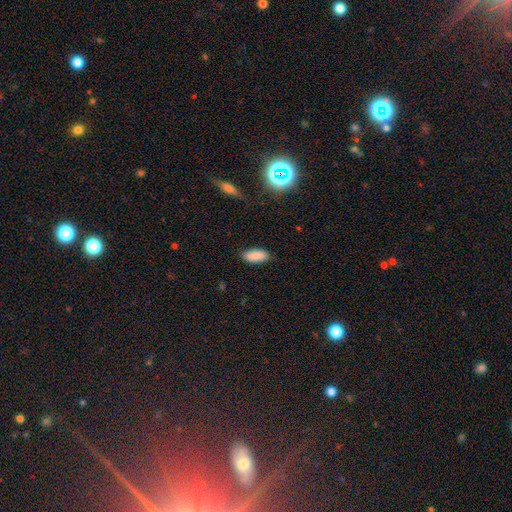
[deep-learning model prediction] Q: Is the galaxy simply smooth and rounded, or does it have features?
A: smooth — 88%.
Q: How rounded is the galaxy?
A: in between — 88%.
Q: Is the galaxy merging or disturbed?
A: none — 86%.